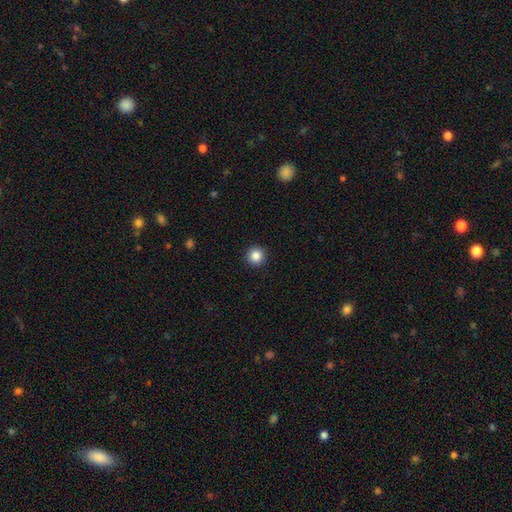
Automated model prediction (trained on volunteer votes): A smooth galaxy with no disk features (86%) that is round (95%). Merging: none (93%).